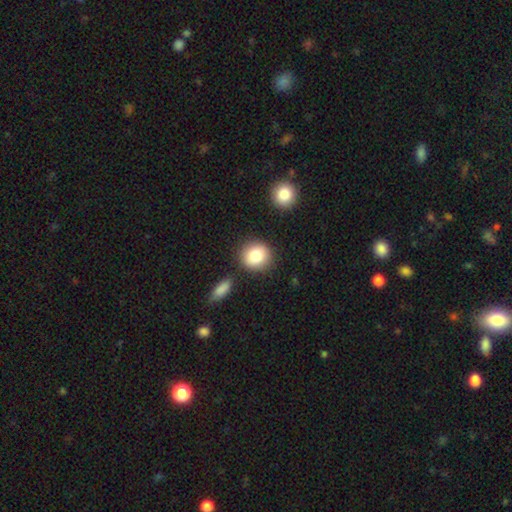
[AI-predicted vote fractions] This appears to be a smooth galaxy with no disk features (83%) that is round (85%). Merging: none (79%).